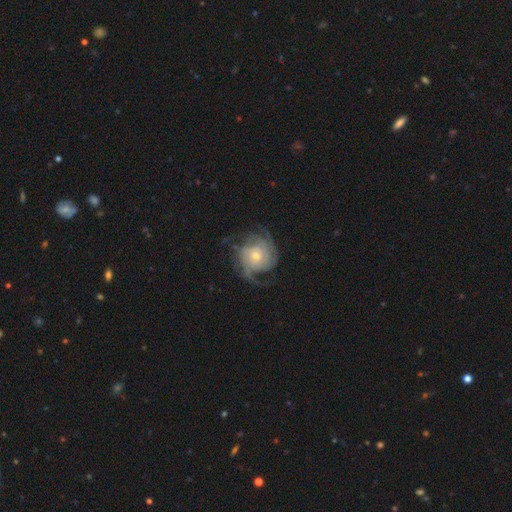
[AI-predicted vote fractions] Smooth or featured: featured or disk — 83% (smooth — 11%)
Edge-on disk: no — 98% (yes — 2%)
Bar: no — 74% (weak — 22%)
Spiral arms: yes — 95% (no — 5%)
Spiral winding: tight — 47% (medium — 35%)
Spiral arm count: 2 — 28% (can't tell — 25%)
Bulge size: small — 59% (moderate — 36%)
Merging: none — 64% (minor disturbance — 18%)